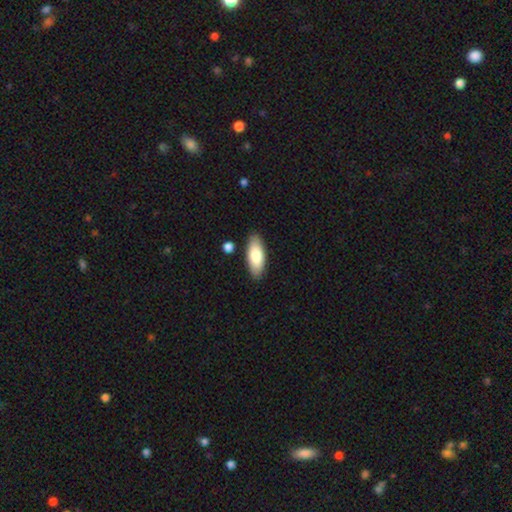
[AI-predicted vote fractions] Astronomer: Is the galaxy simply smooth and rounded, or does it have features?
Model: smooth — 79%.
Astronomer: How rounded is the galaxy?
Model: in between — 81%.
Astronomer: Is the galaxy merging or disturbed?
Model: none — 86%.